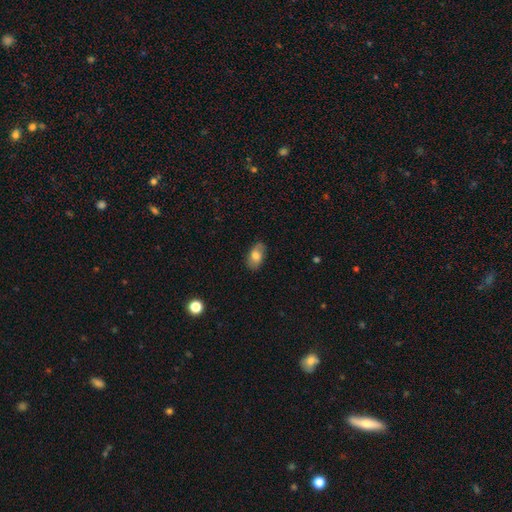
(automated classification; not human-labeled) Overall: smooth (73%). How rounded: in between (92%). Merging: none (81%).